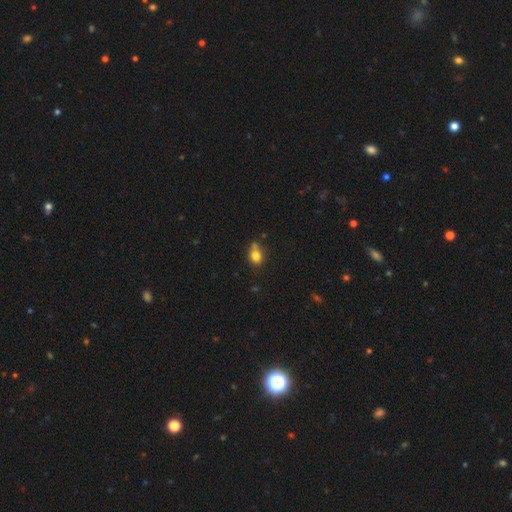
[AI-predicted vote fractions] The model was most divided on "how rounded": round: 52%, in between: 47%, cigar-shaped: 2%. More confident: smooth or featured — smooth (79%); merging — none (53%).